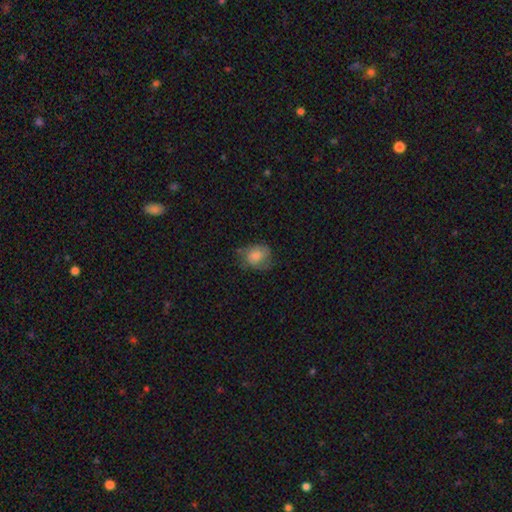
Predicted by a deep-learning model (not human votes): Smooth or featured?
  - smooth: 73% *
  - featured or disk: 19%
  - star or artifact: 8%
How rounded?
  - round: 57% *
  - in between: 42%
  - cigar-shaped: 1%
Merging?
  - none: 51% *
  - minor disturbance: 31%
  - major disturbance: 16%
  - merger: 2%